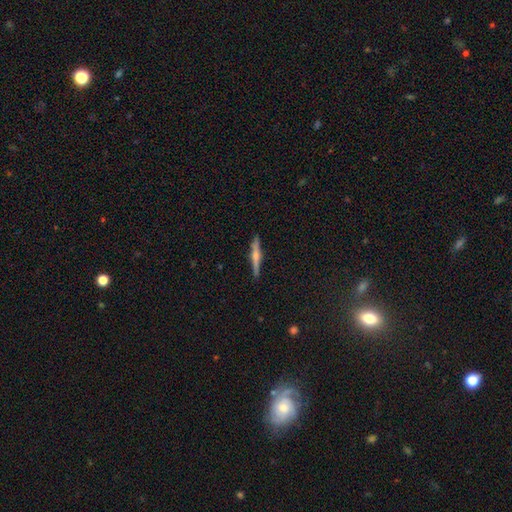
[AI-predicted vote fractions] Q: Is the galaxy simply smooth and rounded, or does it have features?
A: featured or disk — 59%.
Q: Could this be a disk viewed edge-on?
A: yes — 98%.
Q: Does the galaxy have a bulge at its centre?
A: rounded — 77%.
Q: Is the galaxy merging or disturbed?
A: none — 90%.